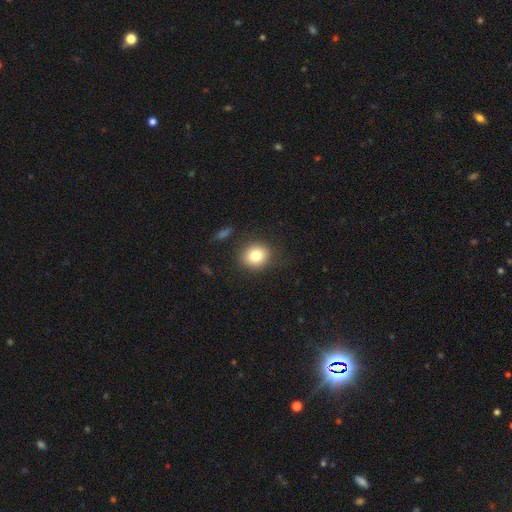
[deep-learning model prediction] smooth-or-featured: smooth: 80% | star or artifact: 10% | featured or disk: 9%
  how-rounded: round: 77% | in between: 22% | cigar-shaped: 1%
  merging: none: 86% | minor disturbance: 9% | major disturbance: 3% | merger: 2%